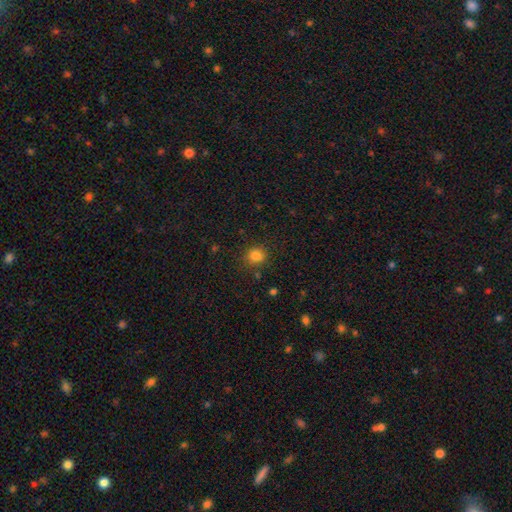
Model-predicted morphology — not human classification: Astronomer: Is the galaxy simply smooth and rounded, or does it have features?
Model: smooth — 82%.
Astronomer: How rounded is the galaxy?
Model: round — 82%.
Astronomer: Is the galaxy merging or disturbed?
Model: none — 84%.